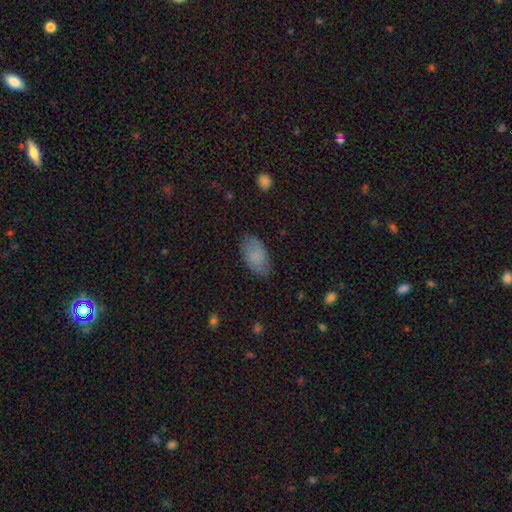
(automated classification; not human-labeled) The model was most divided on "merging": none: 82%, minor disturbance: 13%, major disturbance: 3%, merger: 1%. More confident: how rounded — in between (94%); smooth or featured — smooth (84%).